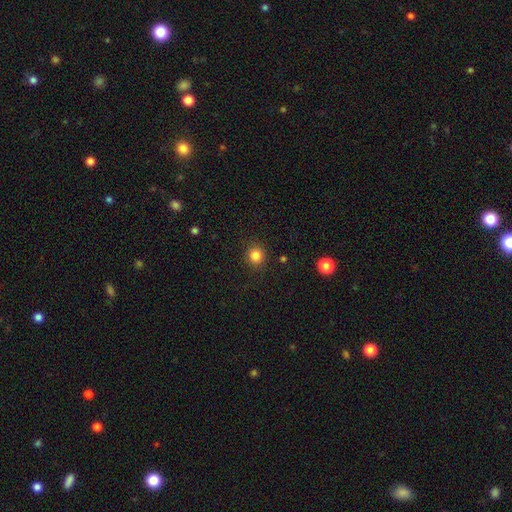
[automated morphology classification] smooth 83%, star or artifact 12%, featured or disk 5%. Down the decision tree: how rounded — round (89%); merging — none (90%).